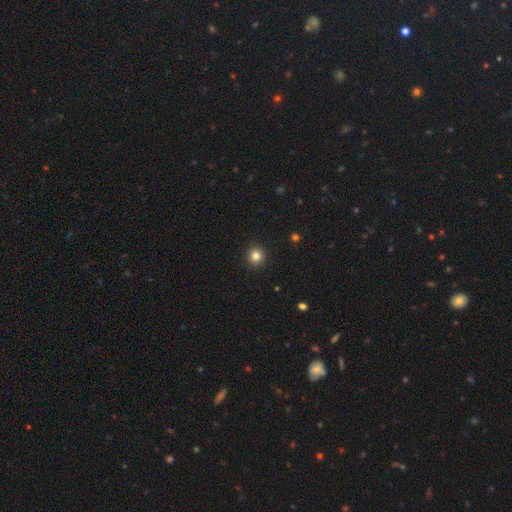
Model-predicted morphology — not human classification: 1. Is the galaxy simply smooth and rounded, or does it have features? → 83% smooth, 12% star or artifact, 5% featured or disk.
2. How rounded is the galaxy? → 93% round, 6% in between, 1% cigar-shaped.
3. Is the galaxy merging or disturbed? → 92% none, 5% minor disturbance, 2% major disturbance, 1% merger.